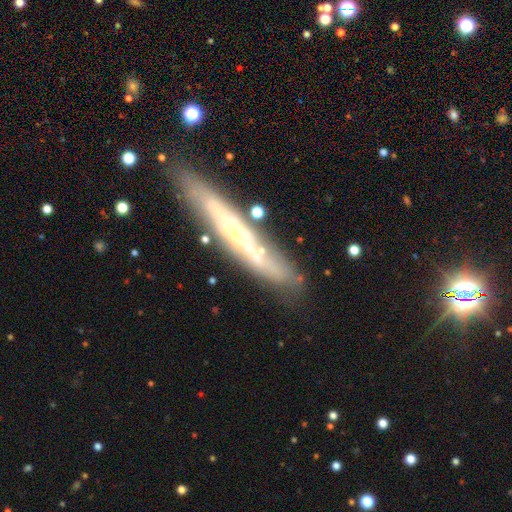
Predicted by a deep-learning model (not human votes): Smooth or featured? featured or disk (60%)
Edge-on disk? yes (75%)
Merging? none (73%)